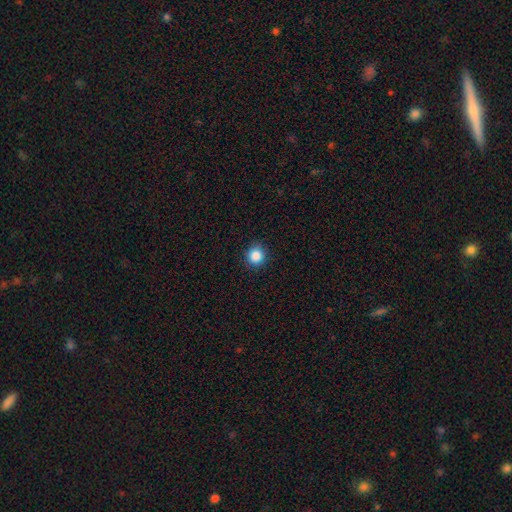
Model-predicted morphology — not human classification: Smooth or featured? Predicted: smooth (p=0.87). How rounded? Predicted: round (p=0.92). Merging? Predicted: none (p=0.90).